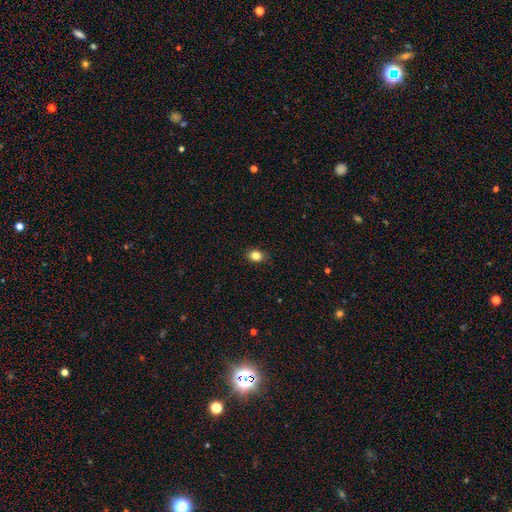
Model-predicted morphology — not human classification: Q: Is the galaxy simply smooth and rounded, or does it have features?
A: smooth — 84%.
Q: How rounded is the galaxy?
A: round — 54%.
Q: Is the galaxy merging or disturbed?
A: none — 87%.